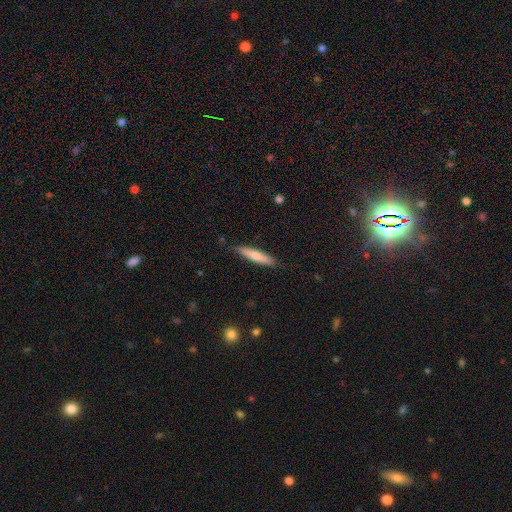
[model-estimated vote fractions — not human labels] Overall: smooth (69%). How rounded: cigar-shaped (87%). Merging: none (87%).